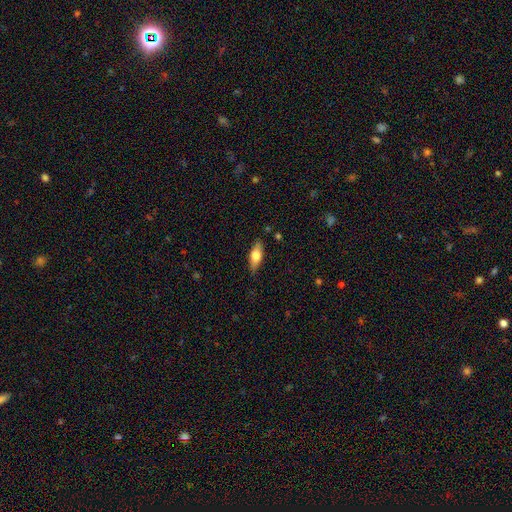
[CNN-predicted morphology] Smooth or featured?
  - smooth: 58% *
  - featured or disk: 35%
  - star or artifact: 6%
How rounded?
  - in between: 67% *
  - cigar-shaped: 30%
  - round: 3%
Merging?
  - none: 83% *
  - minor disturbance: 13%
  - major disturbance: 3%
  - merger: 1%